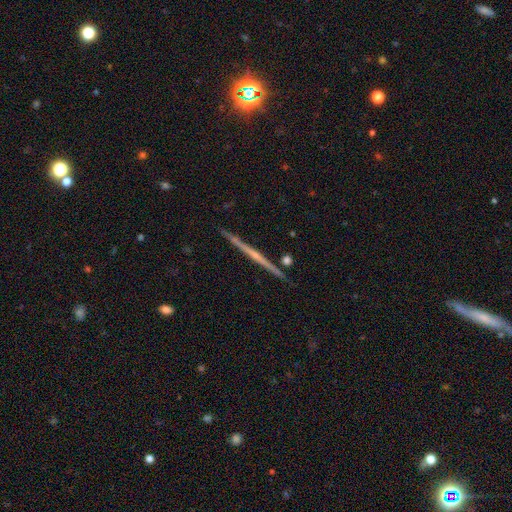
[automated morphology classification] smooth_or_featured: featured or disk (p=0.74) [alt: smooth p=0.20]
disk_edge_on: yes (p=0.98) [alt: no p=0.02]
edge_on_bulge: none (p=0.63) [alt: rounded p=0.30]
merging: none (p=0.91) [alt: minor disturbance p=0.06]